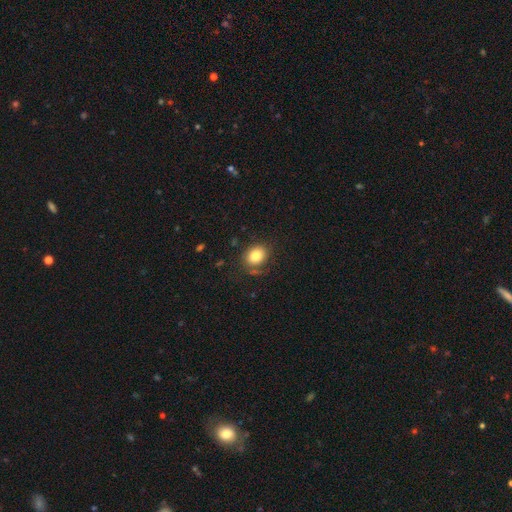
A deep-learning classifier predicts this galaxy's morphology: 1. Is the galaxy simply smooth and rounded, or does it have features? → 83% smooth, 10% star or artifact, 8% featured or disk.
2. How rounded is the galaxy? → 54% in between, 45% round, 1% cigar-shaped.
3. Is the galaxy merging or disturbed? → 77% none, 15% minor disturbance, 6% major disturbance, 3% merger.